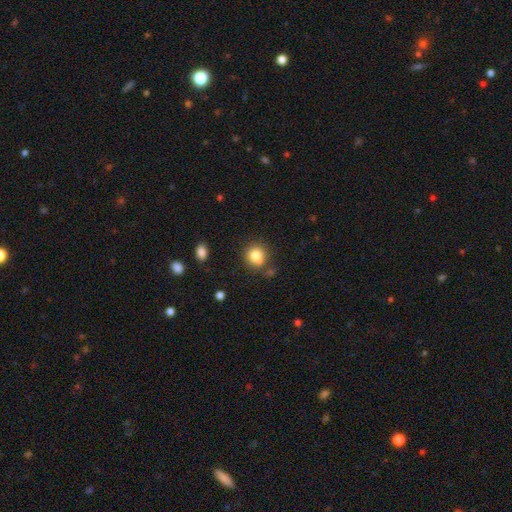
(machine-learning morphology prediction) type=smooth (81%); roundness=round (82%); merging=none (70%).